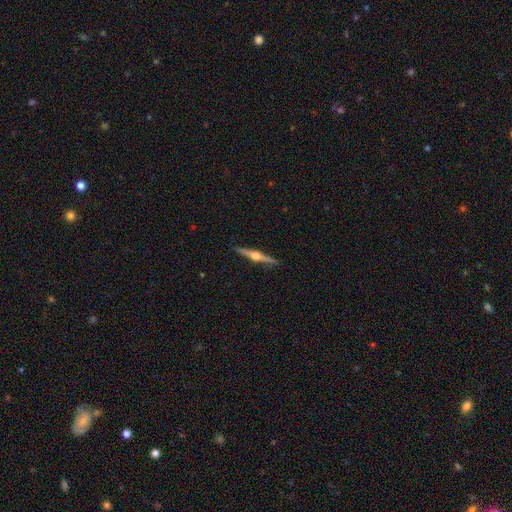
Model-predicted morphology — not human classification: Smooth or featured? Predicted: featured or disk (p=0.82). Edge-on disk? Predicted: yes (p=0.99). Edge-on bulge? Predicted: rounded (p=0.95). Merging? Predicted: none (p=0.91).